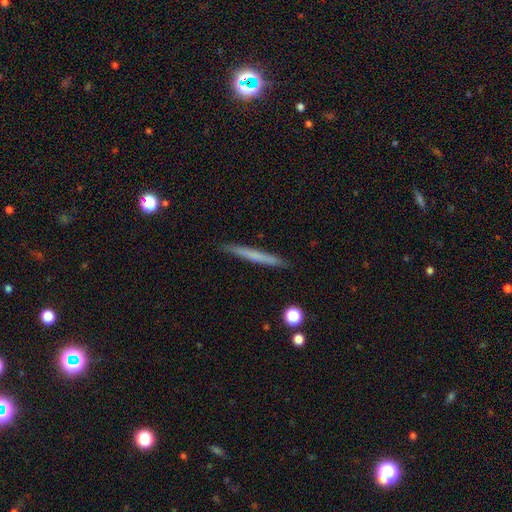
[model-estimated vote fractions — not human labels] Smooth or featured? Predicted: smooth (p=0.60). How rounded? Predicted: cigar-shaped (p=0.97). Merging? Predicted: none (p=0.91).